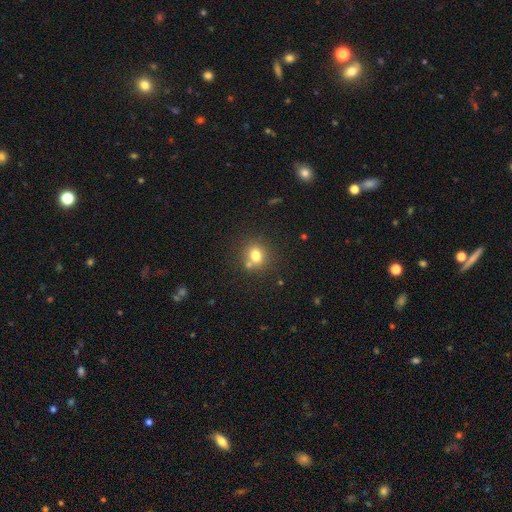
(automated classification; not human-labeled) smooth_or_featured: smooth (p=0.76) [alt: star or artifact p=0.14]
how_rounded: round (p=0.77) [alt: in between p=0.23]
merging: none (p=0.70) [alt: merger p=0.15]